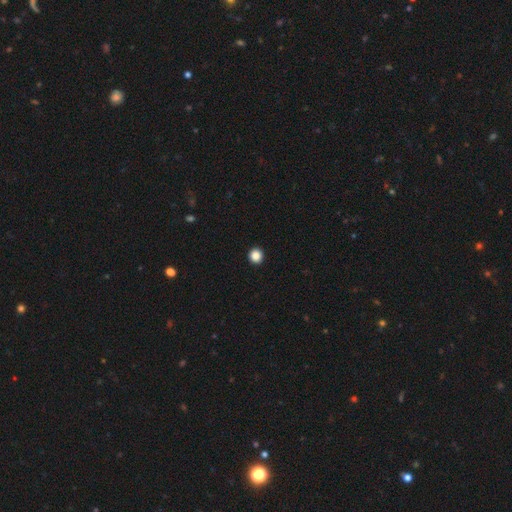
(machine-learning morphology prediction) smooth 87%, star or artifact 10%, featured or disk 3%. Down the decision tree: how rounded — round (95%); merging — none (94%).